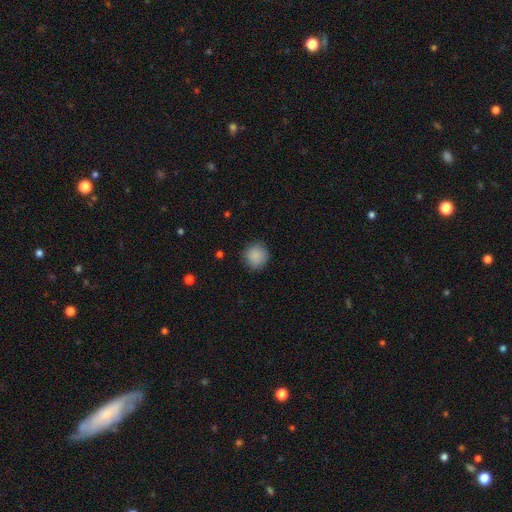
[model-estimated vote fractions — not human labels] smooth 88%, star or artifact 8%, featured or disk 4%. Down the decision tree: how rounded — round (92%); merging — none (85%).